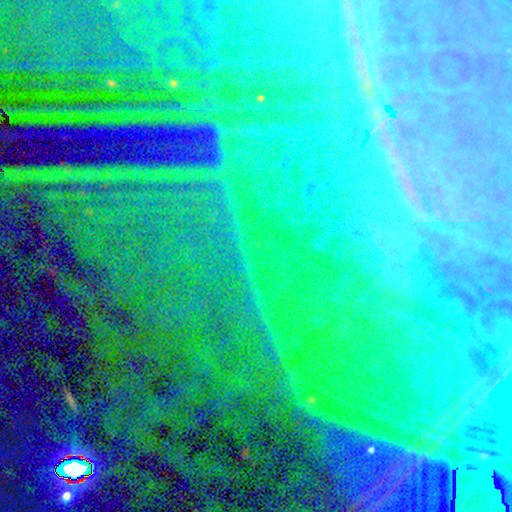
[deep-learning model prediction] This is clearly a star or artifact rather than a galaxy (84%).